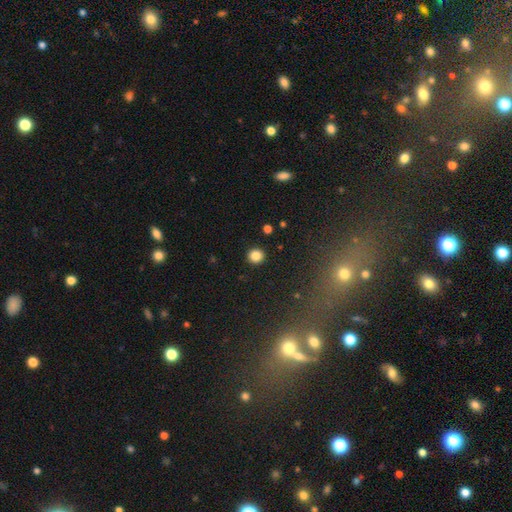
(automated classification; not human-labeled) A smooth galaxy with no disk features (85%) that is round (93%).

Vote fractions:
- Smooth or featured? smooth: 85% / star or artifact: 11% / featured or disk: 4%
- How rounded? round: 93% / in between: 6% / cigar-shaped: 1%
- Merging? none: 93% / minor disturbance: 5% / major disturbance: 2% / merger: 1%